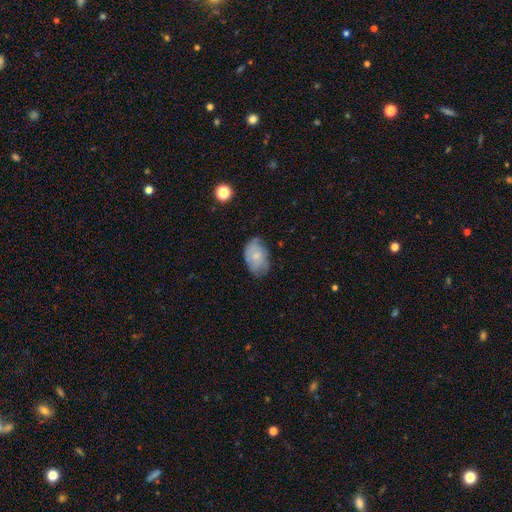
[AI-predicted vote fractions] smooth_or_featured: smooth (p=0.62) [alt: featured or disk p=0.30]
how_rounded: in between (p=0.88) [alt: round p=0.11]
merging: none (p=0.63) [alt: minor disturbance p=0.28]